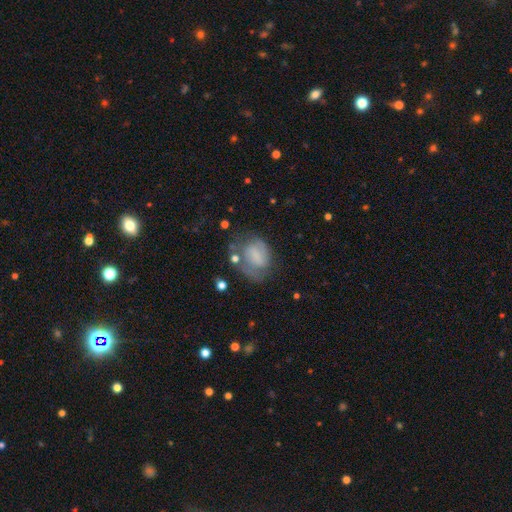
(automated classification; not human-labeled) The model was most divided on "smooth or featured": smooth: 46%, featured or disk: 44%, star or artifact: 10%. Remaining: merging — none (45%).